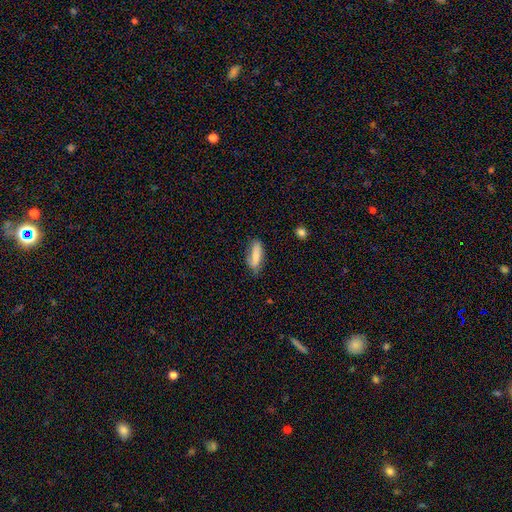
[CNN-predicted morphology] smooth_or_featured: smooth (p=0.79) [alt: featured or disk p=0.15]
how_rounded: in between (p=0.63) [alt: cigar-shaped p=0.35]
merging: none (p=0.59) [alt: minor disturbance p=0.31]